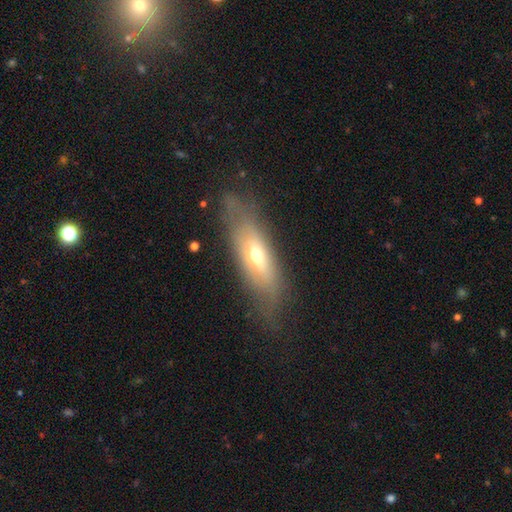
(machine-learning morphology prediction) Smooth or featured?
  - smooth: 46% *
  - featured or disk: 45%
  - star or artifact: 9%
Merging?
  - none: 67% *
  - minor disturbance: 21%
  - major disturbance: 10%
  - merger: 2%